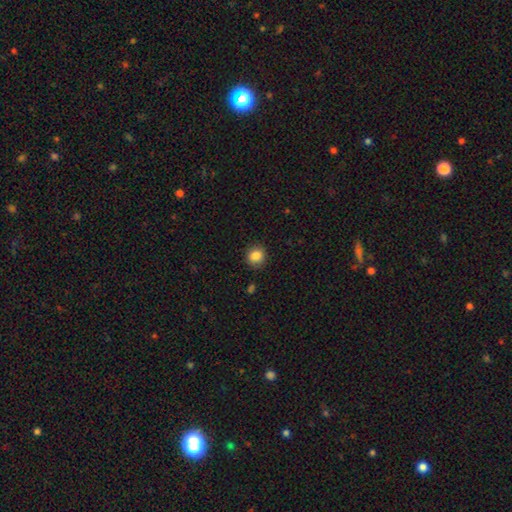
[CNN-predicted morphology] Overall: smooth (86%). How rounded: round (85%). Merging: none (89%).